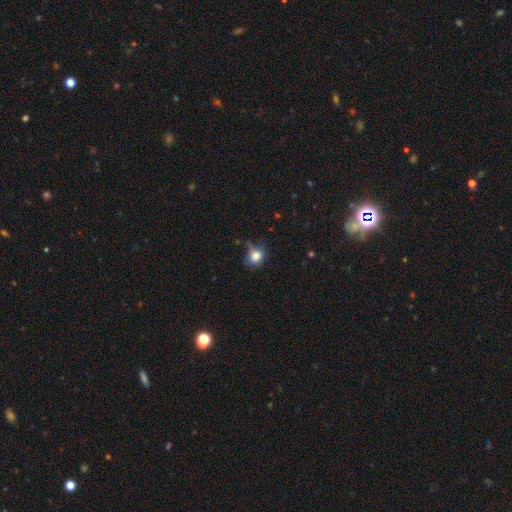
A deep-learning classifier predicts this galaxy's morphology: This appears to be a smooth galaxy with no disk features (81%) that is round (69%). Merging: none (53%).